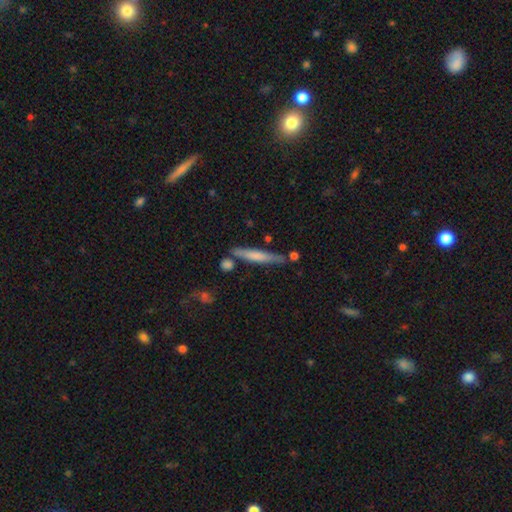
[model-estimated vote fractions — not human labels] This appears to be a smooth galaxy with no disk features (57%) that is cigar-shaped (93%). Merging: none (76%).